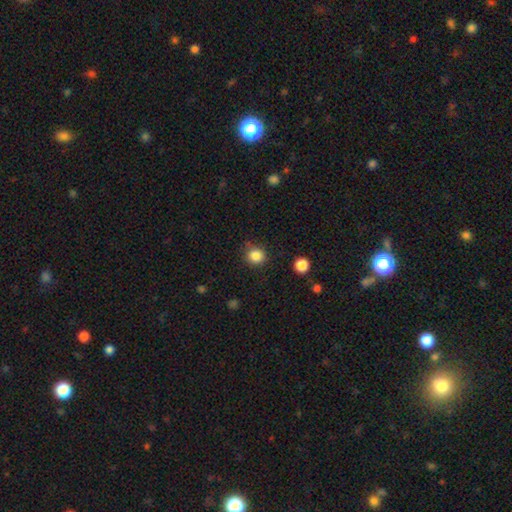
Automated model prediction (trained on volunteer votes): Q: Smooth or featured?
A: smooth (85%); runner-up: star or artifact (11%)
Q: How rounded?
A: round (88%); runner-up: in between (11%)
Q: Merging?
A: none (84%); runner-up: minor disturbance (10%)